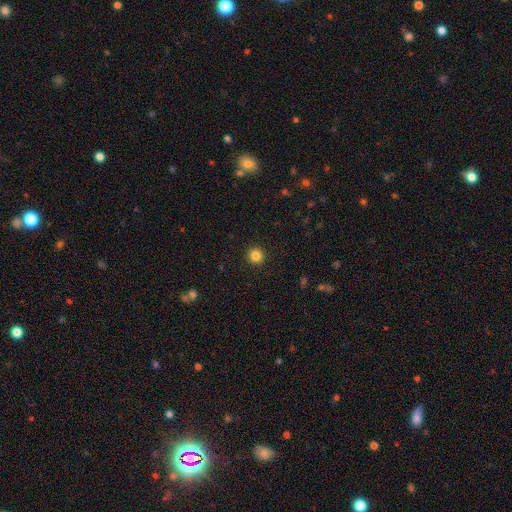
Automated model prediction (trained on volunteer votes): Smooth or featured: smooth — 84% (star or artifact — 12%)
How rounded: round — 94% (in between — 5%)
Merging: none — 93% (minor disturbance — 5%)